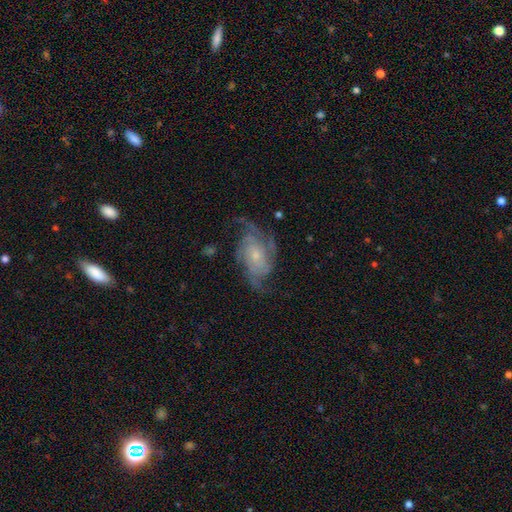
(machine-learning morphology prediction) This appears to be a featured or disk galaxy (86%) with no bar (70%), 3 (32%) medium (46%) spiral arms (96%) and a small central bulge (67%). Merging: none (65%).